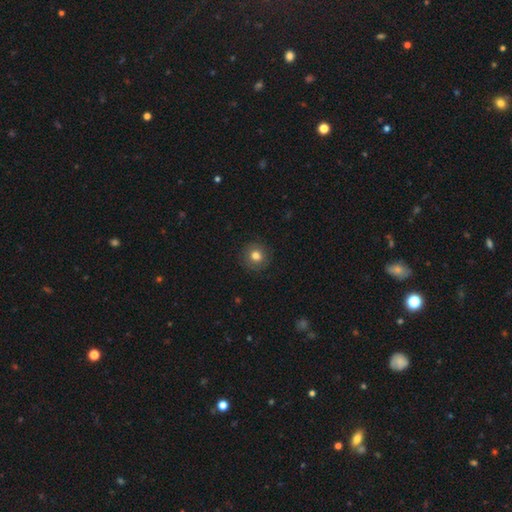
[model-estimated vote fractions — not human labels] This appears to be a smooth galaxy with no disk features (79%) that is round (91%). Merging: none (90%).